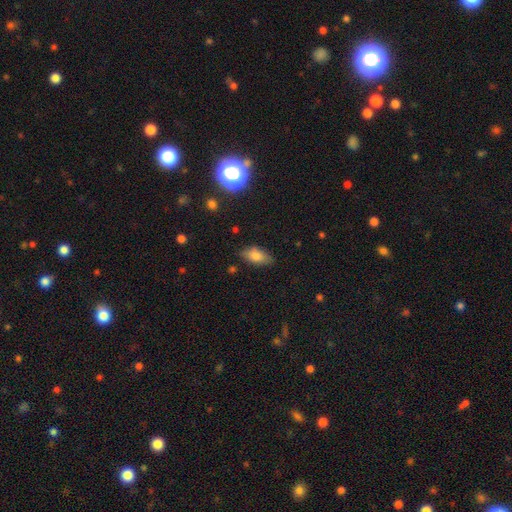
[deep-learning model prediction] Smooth or featured: smooth — 77% (featured or disk — 13%)
How rounded: in between — 87% (cigar-shaped — 8%)
Merging: none — 79% (minor disturbance — 16%)